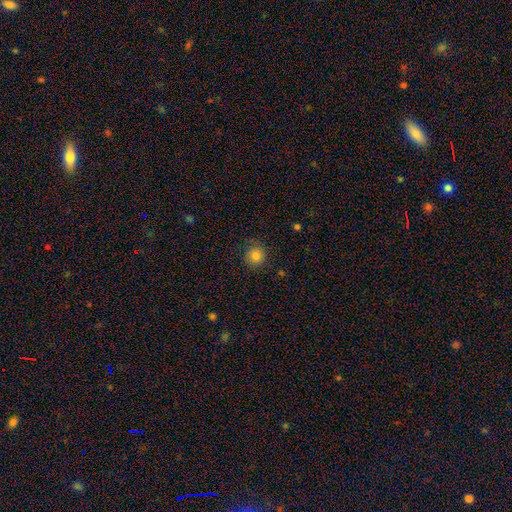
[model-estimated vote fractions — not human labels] This appears to be a smooth galaxy with no disk features (82%) that is round (92%). Merging: none (89%).